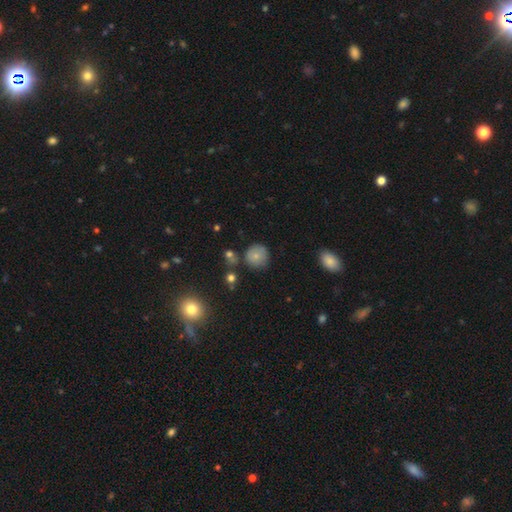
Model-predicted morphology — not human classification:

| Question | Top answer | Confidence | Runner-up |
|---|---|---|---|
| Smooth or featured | smooth | 75% | featured or disk (14%) |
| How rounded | round | 91% | in between (8%) |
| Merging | none | 75% | minor disturbance (16%) |